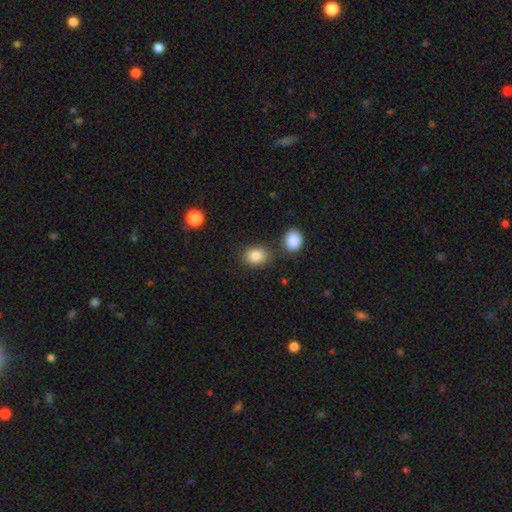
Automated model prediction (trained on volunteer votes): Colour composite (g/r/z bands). It shows a smooth galaxy with no disk features (86%) that is in between round and cigar-shaped (53%). Merging: none (76%).